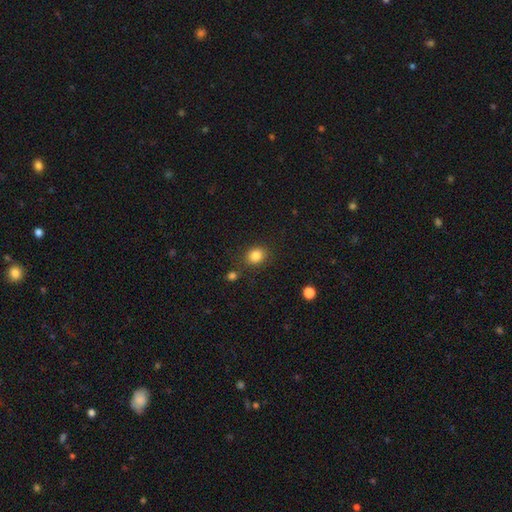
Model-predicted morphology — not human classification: A smooth galaxy with no disk features (84%) that is round (73%).

Vote fractions:
- Smooth or featured? smooth: 84% / star or artifact: 11% / featured or disk: 5%
- How rounded? round: 73% / in between: 26% / cigar-shaped: 1%
- Merging? none: 81% / minor disturbance: 10% / merger: 5% / major disturbance: 4%